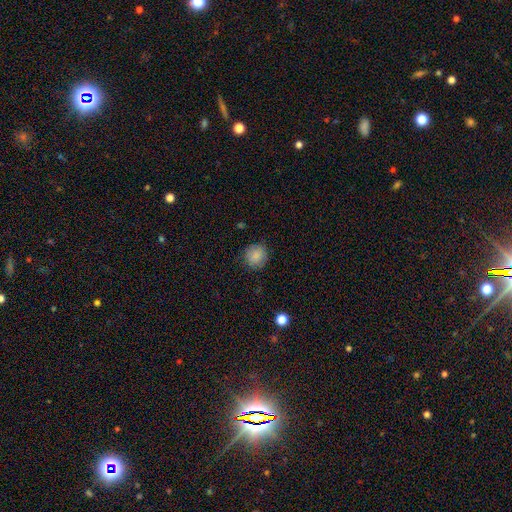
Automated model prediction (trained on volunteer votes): Smooth or featured? smooth (86%)
How rounded? round (90%)
Merging? none (85%)